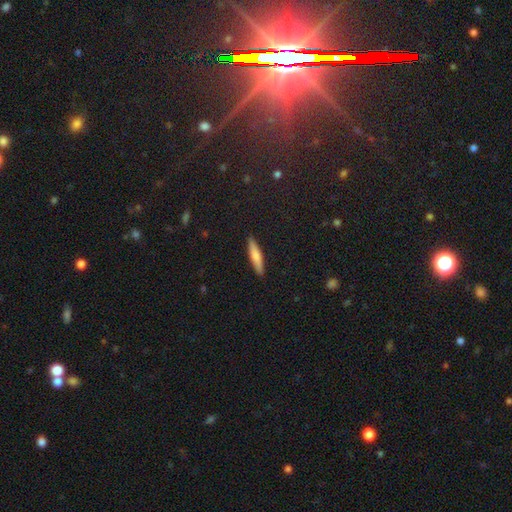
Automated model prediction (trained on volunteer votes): Smooth or featured?
  - smooth: 69% *
  - featured or disk: 25%
  - star or artifact: 6%
How rounded?
  - cigar-shaped: 87% *
  - in between: 12%
  - round: 2%
Merging?
  - none: 90% *
  - minor disturbance: 7%
  - major disturbance: 2%
  - merger: 1%